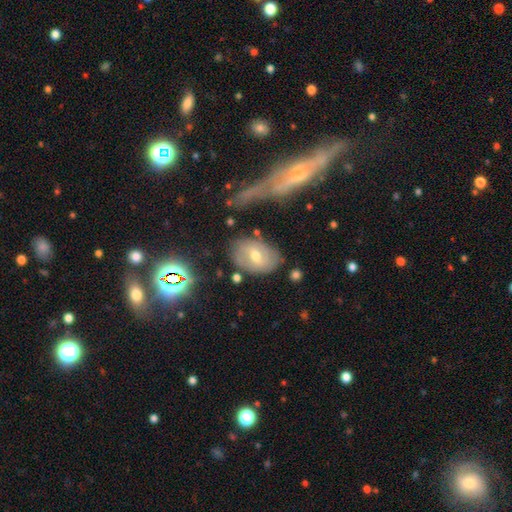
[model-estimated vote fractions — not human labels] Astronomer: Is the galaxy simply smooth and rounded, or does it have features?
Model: featured or disk — 50% (runner-up: smooth, 40%).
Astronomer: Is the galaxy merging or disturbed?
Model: none — 67%.